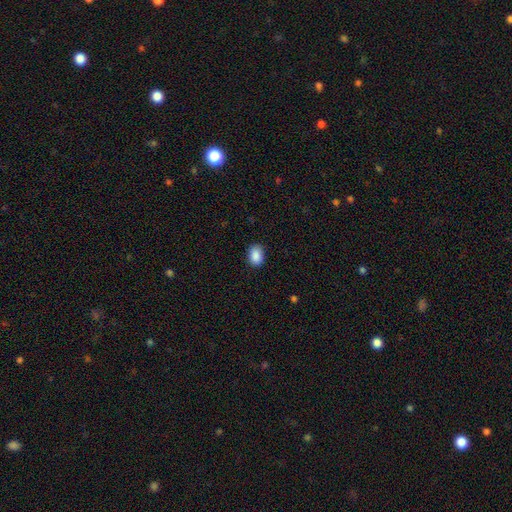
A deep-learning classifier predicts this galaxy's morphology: Smooth or featured? smooth (89%)
How rounded? in between (73%)
Merging? none (86%)